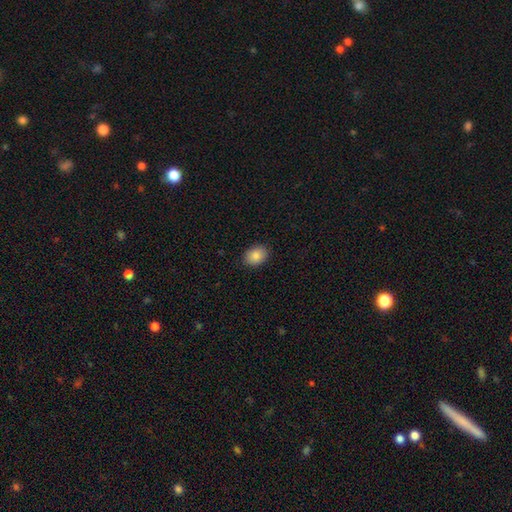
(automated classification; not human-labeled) Smooth or featured? Predicted: smooth (p=0.87). How rounded? Predicted: in between (p=0.68). Merging? Predicted: none (p=0.89).